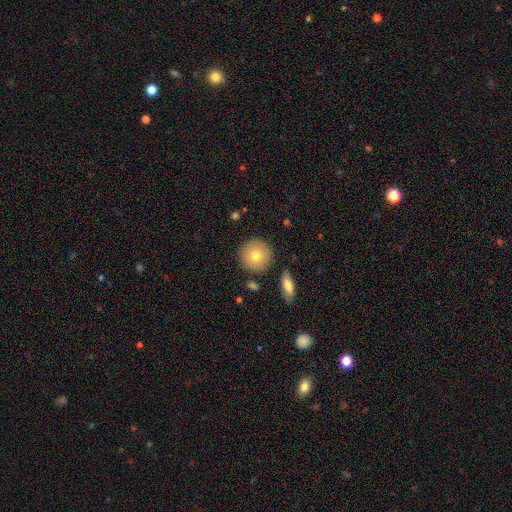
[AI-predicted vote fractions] Smooth or featured: smooth — 77% (featured or disk — 15%)
How rounded: round — 94% (in between — 5%)
Merging: none — 87% (minor disturbance — 8%)